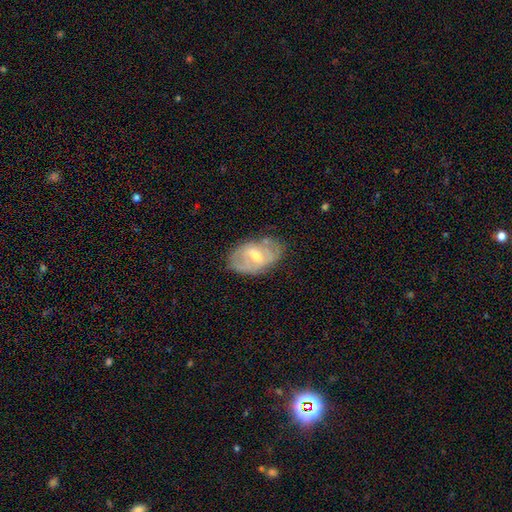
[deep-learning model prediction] Smooth or featured? Predicted: featured or disk (p=0.64). Edge-on disk? Predicted: no (p=0.94). Bar? Predicted: weak (p=0.51). Spiral arms? Predicted: yes (p=0.62). Bulge size? Predicted: moderate (p=0.57). Merging? Predicted: none (p=0.66).